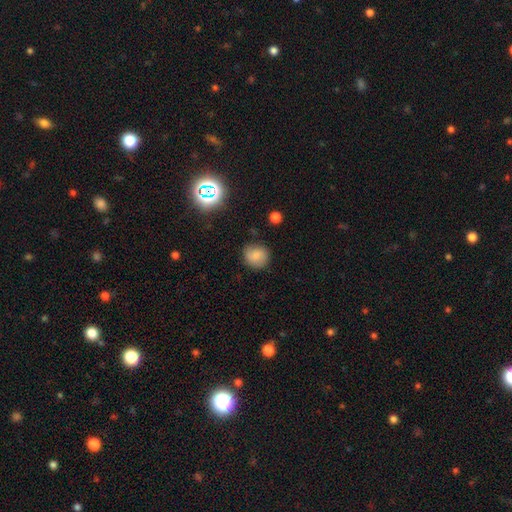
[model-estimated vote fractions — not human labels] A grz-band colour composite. It shows a smooth galaxy with no disk features (78%) that is round (83%). Merging: none (81%).